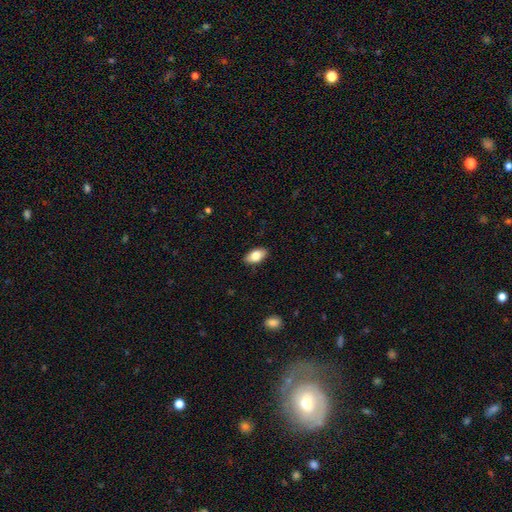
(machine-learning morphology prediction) A smooth galaxy with no disk features (80%) that is in between round and cigar-shaped (91%). Merging: none (88%).